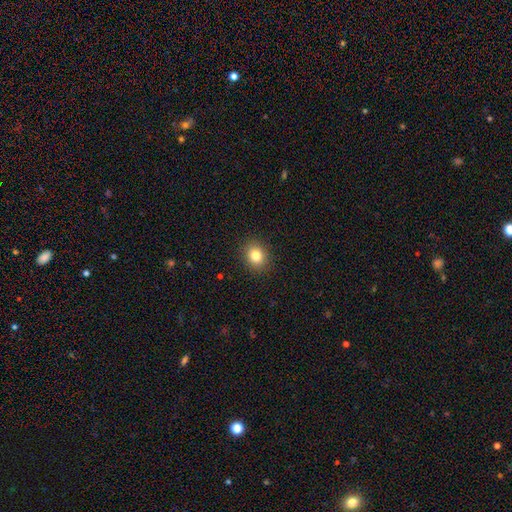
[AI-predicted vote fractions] Morphology: type=smooth (83%); roundness=round (62%); merging=none (90%).